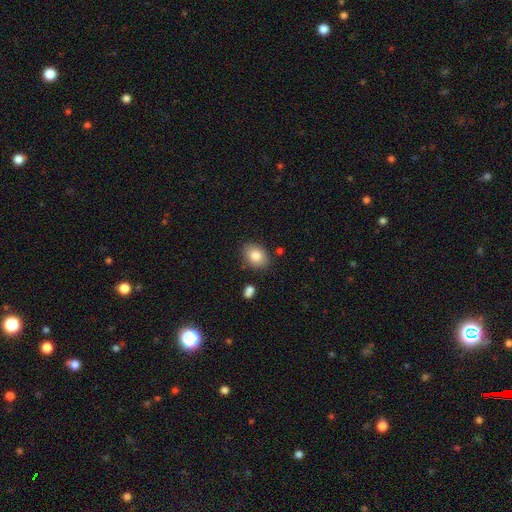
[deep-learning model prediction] smooth 83%, featured or disk 9%, star or artifact 8%. Down the decision tree: how rounded — in between (68%); merging — none (83%).